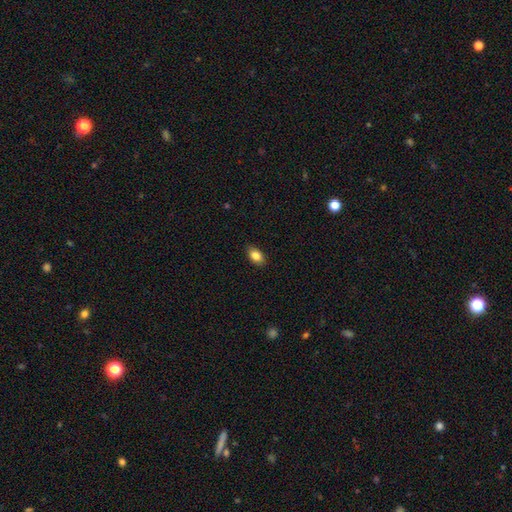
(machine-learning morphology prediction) Overall: smooth (84%). How rounded: in between (88%). Merging: none (88%).